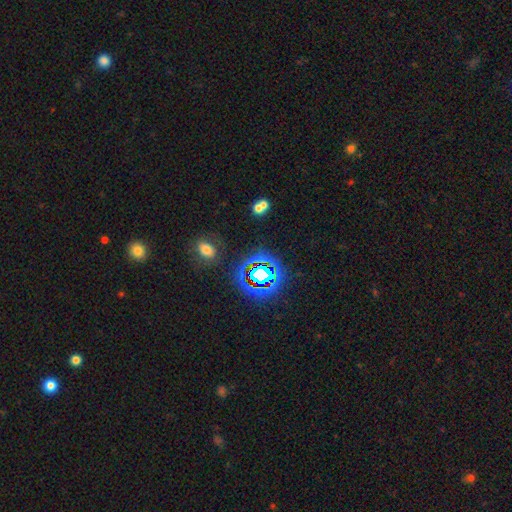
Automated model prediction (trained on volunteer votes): This is likely a star or artifact rather than a galaxy (69%).